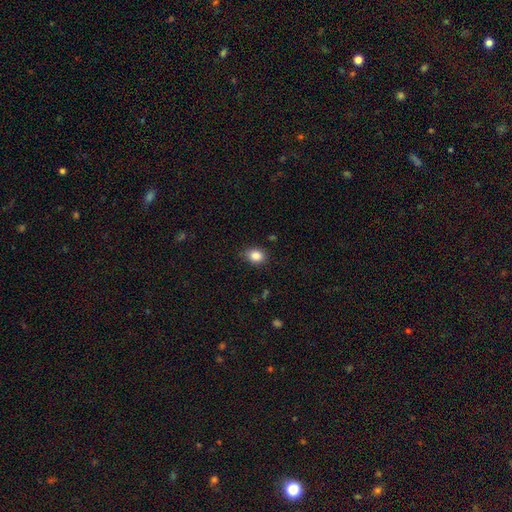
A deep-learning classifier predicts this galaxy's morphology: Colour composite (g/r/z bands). It shows a smooth galaxy with no disk features (85%) that is in between round and cigar-shaped (54%). Merging: none (80%).